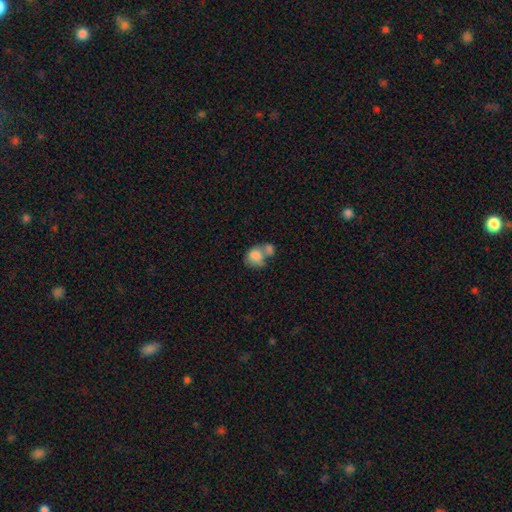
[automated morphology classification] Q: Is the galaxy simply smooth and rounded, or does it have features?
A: smooth — 78%.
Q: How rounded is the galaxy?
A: round — 53%.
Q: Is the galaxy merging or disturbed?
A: merger — 61%.